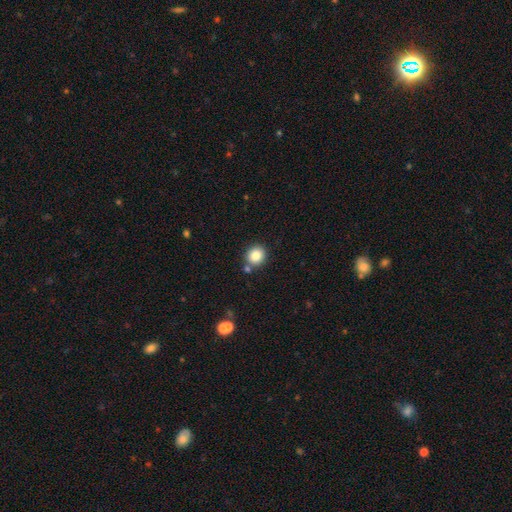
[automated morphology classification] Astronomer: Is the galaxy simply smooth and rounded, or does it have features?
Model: smooth — 84%.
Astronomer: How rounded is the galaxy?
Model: round — 84%.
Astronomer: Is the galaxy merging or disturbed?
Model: none — 80%.